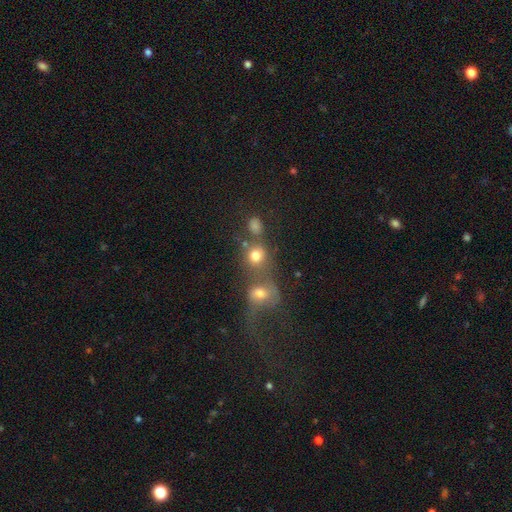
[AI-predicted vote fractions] Q: Smooth or featured?
A: smooth (71%); runner-up: star or artifact (15%)
Q: How rounded?
A: round (75%); runner-up: in between (24%)
Q: Merging?
A: merger (51%); runner-up: none (33%)